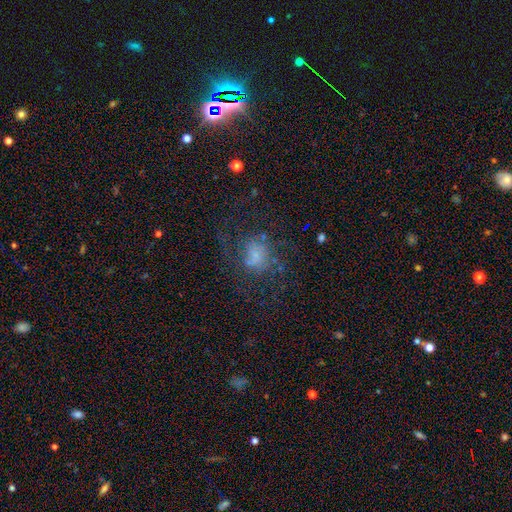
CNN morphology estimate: Smooth or featured?
  - featured or disk: 42% *
  - smooth: 40%
  - star or artifact: 18%
Merging?
  - none: 46% *
  - major disturbance: 32%
  - minor disturbance: 18%
  - merger: 4%